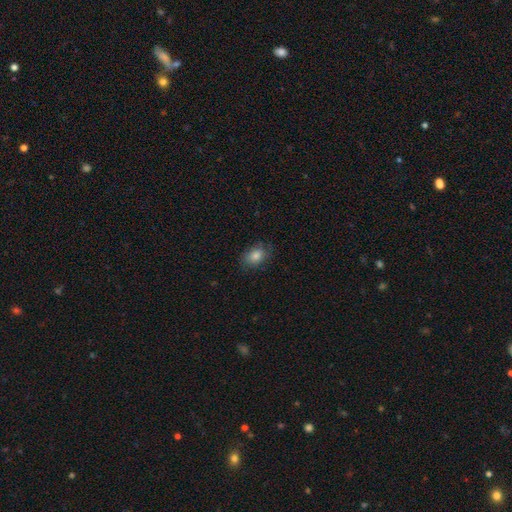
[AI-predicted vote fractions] Morphology: type=smooth (79%); roundness=in between (72%); merging=none (77%).